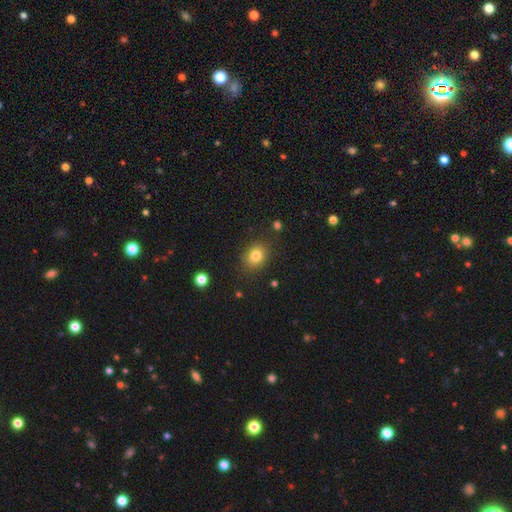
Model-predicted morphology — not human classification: Smooth or featured?
  - smooth: 81% *
  - star or artifact: 11%
  - featured or disk: 8%
How rounded?
  - round: 50% *
  - in between: 49%
  - cigar-shaped: 1%
Merging?
  - none: 84% *
  - minor disturbance: 11%
  - major disturbance: 3%
  - merger: 2%